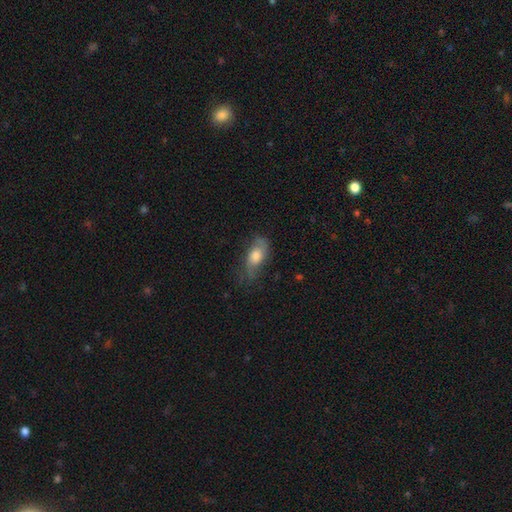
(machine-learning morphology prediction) Smooth or featured? smooth (54%)
How rounded? in between (79%)
Merging? none (54%)